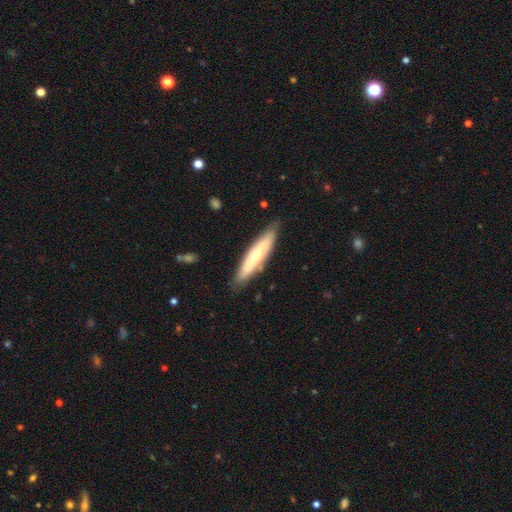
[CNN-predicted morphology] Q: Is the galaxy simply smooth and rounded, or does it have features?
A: smooth — 51%.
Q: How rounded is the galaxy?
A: cigar-shaped — 83%.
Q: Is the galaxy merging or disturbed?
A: none — 82%.